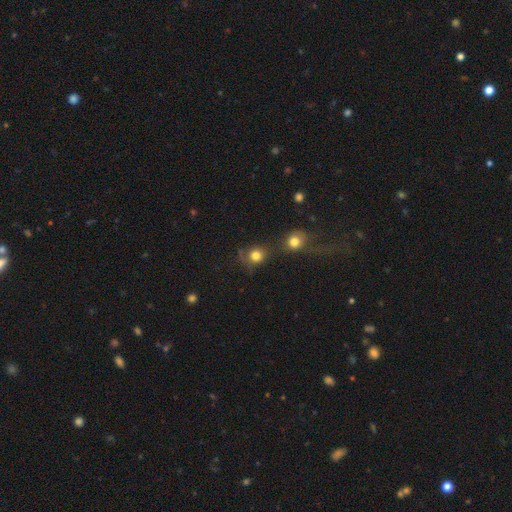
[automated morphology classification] Q: Smooth or featured?
A: smooth (79%); runner-up: star or artifact (13%)
Q: How rounded?
A: round (85%); runner-up: in between (14%)
Q: Merging?
A: none (50%); runner-up: merger (29%)